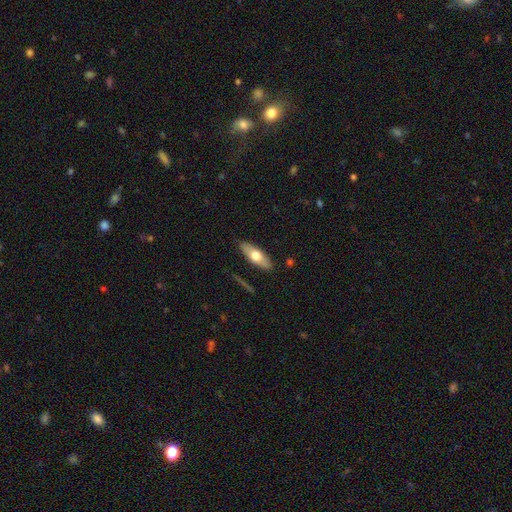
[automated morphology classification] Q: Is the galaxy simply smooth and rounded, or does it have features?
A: smooth — 59%.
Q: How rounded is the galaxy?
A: in between — 64%.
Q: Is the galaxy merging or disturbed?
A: none — 86%.